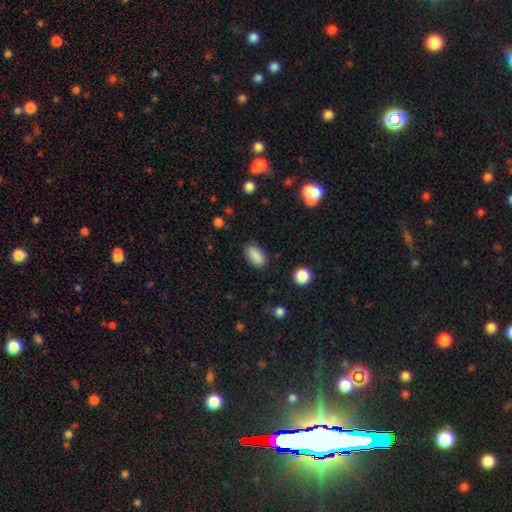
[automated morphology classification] smooth-or-featured: smooth: 88% | star or artifact: 8% | featured or disk: 4%
  how-rounded: in between: 91% | round: 6% | cigar-shaped: 2%
  merging: none: 86% | minor disturbance: 10% | major disturbance: 3% | merger: 1%